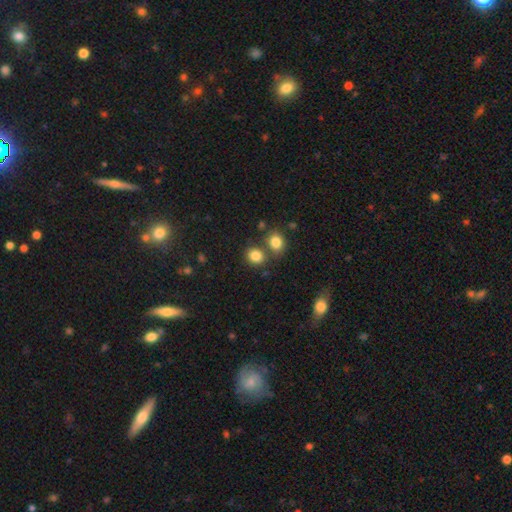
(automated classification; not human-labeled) A smooth galaxy with no disk features (84%) that is round (72%).

Vote fractions:
- Smooth or featured? smooth: 84% / star or artifact: 11% / featured or disk: 5%
- How rounded? round: 72% / in between: 27% / cigar-shaped: 1%
- Merging? none: 66% / merger: 23% / minor disturbance: 9% / major disturbance: 3%